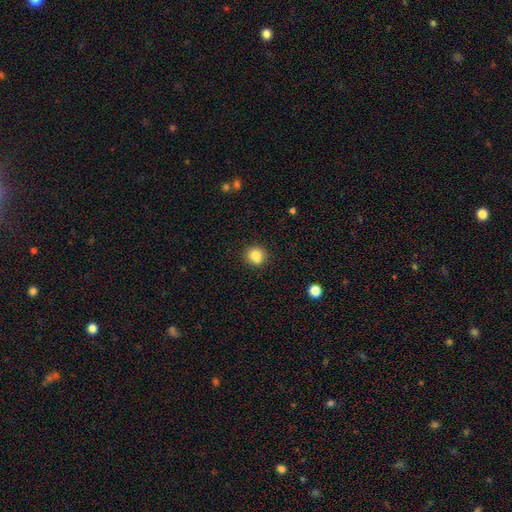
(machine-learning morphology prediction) Overall: smooth (82%). How rounded: round (86%). Merging: none (77%).